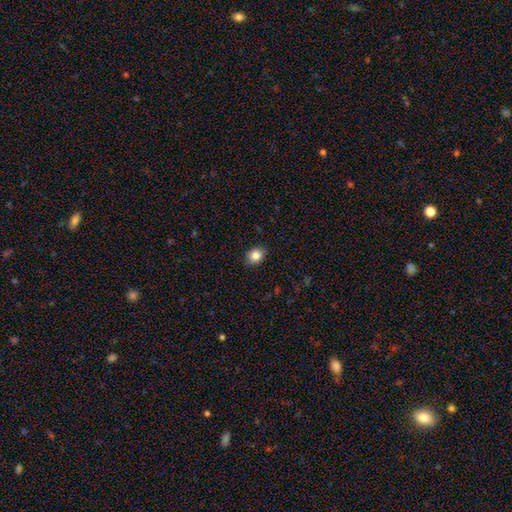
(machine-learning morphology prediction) Smooth or featured? smooth (84%)
How rounded? round (52%)
Merging? none (89%)